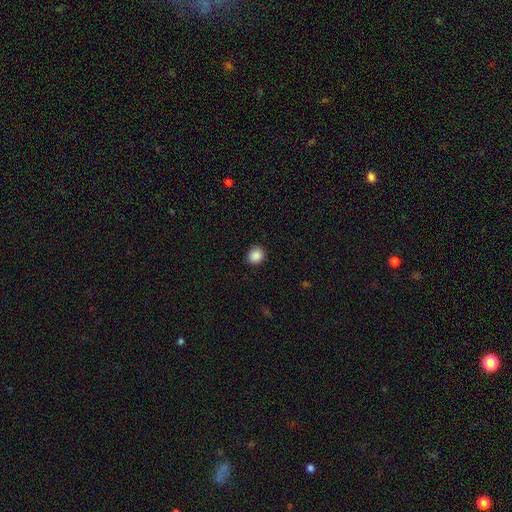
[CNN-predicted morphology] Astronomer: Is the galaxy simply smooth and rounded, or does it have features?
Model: smooth — 89%.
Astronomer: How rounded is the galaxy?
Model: round — 81%.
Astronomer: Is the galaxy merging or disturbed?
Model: none — 89%.